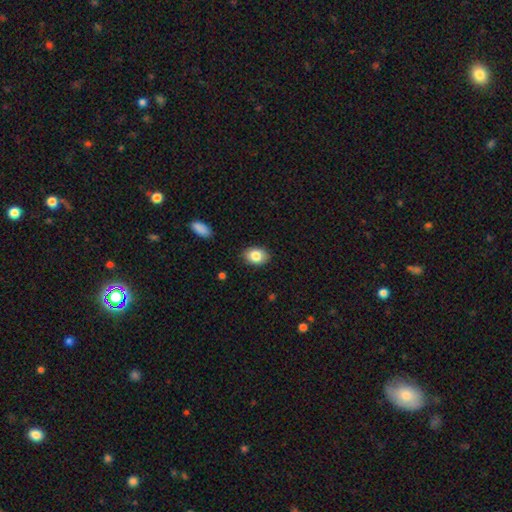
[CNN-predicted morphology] A smooth galaxy with no disk features (84%) that is in between round and cigar-shaped (77%).

Vote fractions:
- Smooth or featured? smooth: 84% / star or artifact: 8% / featured or disk: 8%
- How rounded? in between: 77% / round: 21% / cigar-shaped: 1%
- Merging? none: 86% / minor disturbance: 10% / major disturbance: 2% / merger: 1%